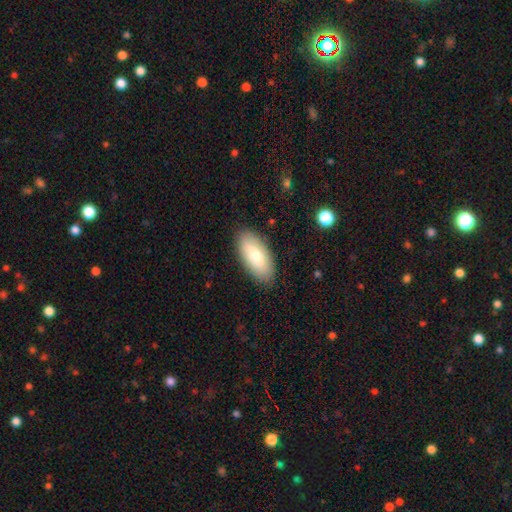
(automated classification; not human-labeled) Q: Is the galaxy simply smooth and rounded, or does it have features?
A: smooth — 75%.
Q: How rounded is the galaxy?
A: in between — 91%.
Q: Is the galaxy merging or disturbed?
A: none — 87%.